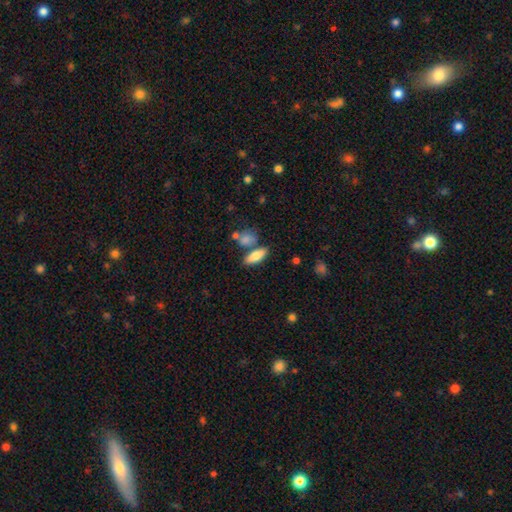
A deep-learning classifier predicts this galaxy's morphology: smooth_or_featured: smooth (p=0.76) [alt: featured or disk p=0.17]
how_rounded: in between (p=0.65) [alt: cigar-shaped p=0.31]
merging: none (p=0.67) [alt: merger p=0.17]